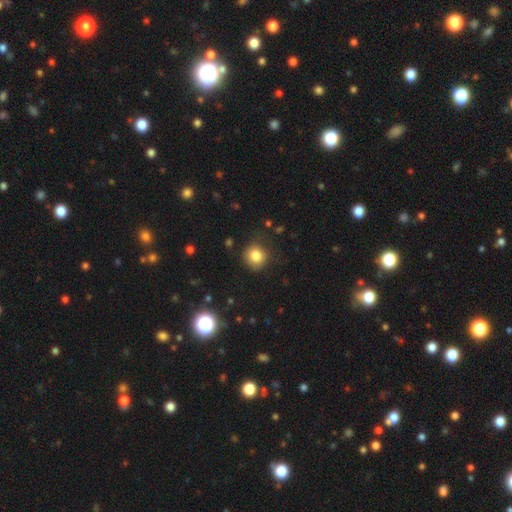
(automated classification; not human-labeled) smooth 82%, star or artifact 12%, featured or disk 6%. Down the decision tree: how rounded — round (89%); merging — none (83%).